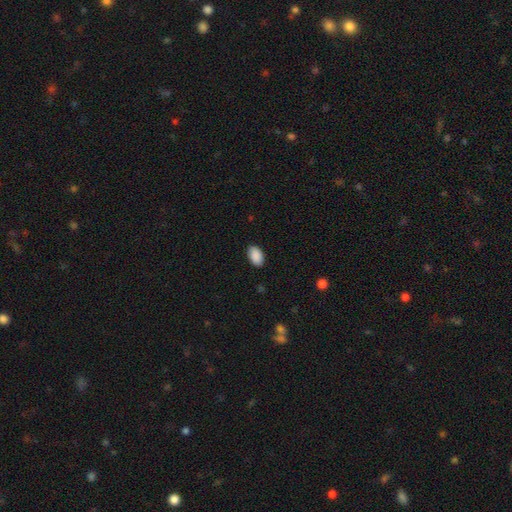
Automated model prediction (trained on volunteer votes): Smooth or featured? smooth (91%)
How rounded? in between (93%)
Merging? none (88%)